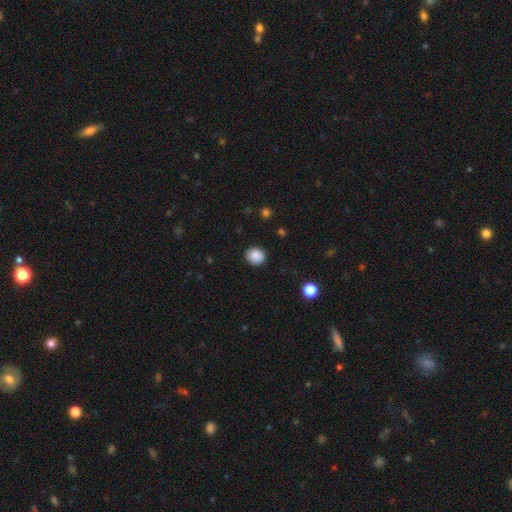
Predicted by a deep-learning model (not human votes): smooth-or-featured: smooth: 88% | star or artifact: 9% | featured or disk: 3%
  how-rounded: round: 74% | in between: 25% | cigar-shaped: 1%
  merging: none: 89% | minor disturbance: 8% | major disturbance: 2% | merger: 1%